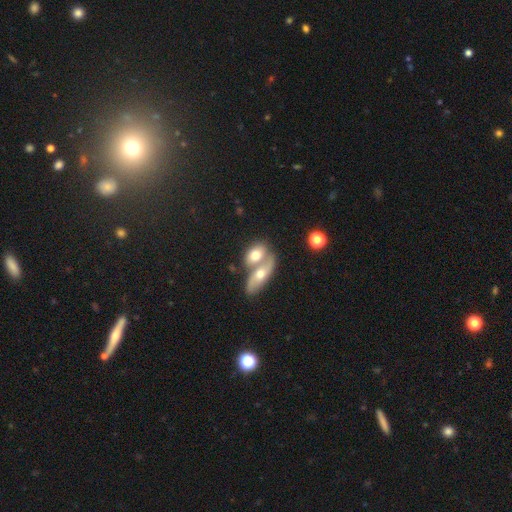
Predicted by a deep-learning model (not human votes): Q: Smooth or featured?
A: smooth (63%); runner-up: featured or disk (31%)
Q: How rounded?
A: in between (80%); runner-up: round (13%)
Q: Merging?
A: merger (65%); runner-up: none (23%)